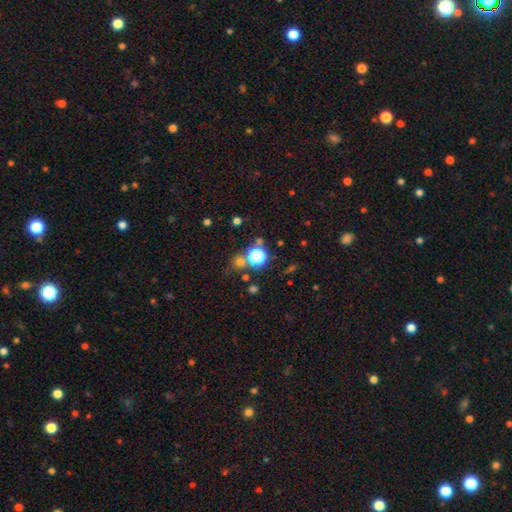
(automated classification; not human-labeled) The model was most divided on "smooth or featured": star or artifact: 58%, smooth: 34%, featured or disk: 8%.